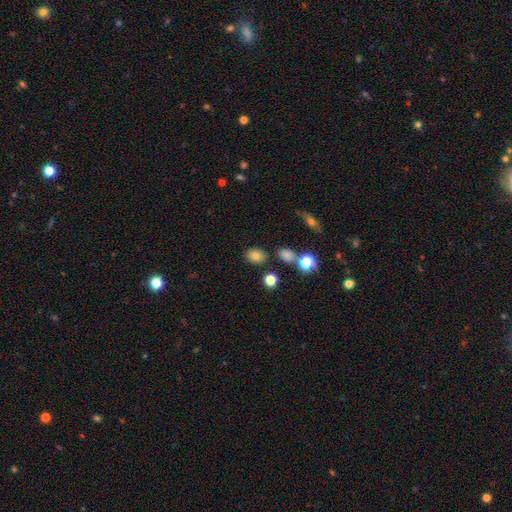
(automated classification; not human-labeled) A smooth galaxy with no disk features (77%) that is in between round and cigar-shaped (63%). Merging: none (80%).